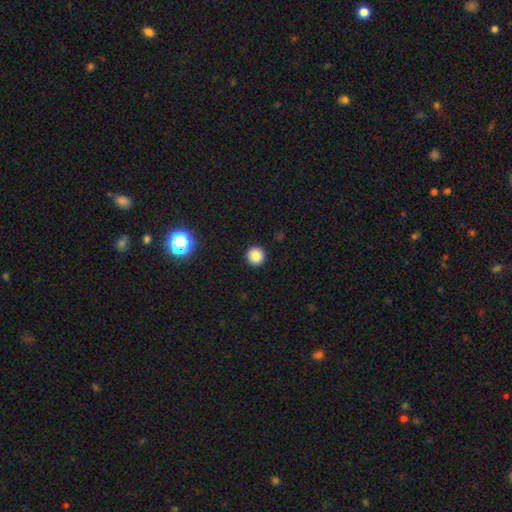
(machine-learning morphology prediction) type=smooth (85%); roundness=round (95%); merging=none (93%).